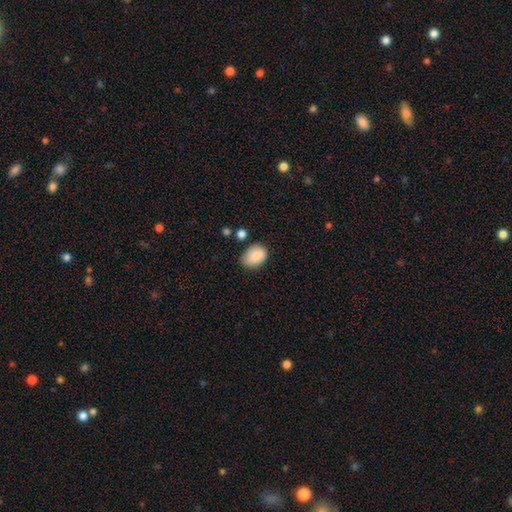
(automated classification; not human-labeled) Smooth or featured? smooth (88%)
How rounded? in between (81%)
Merging? none (66%)